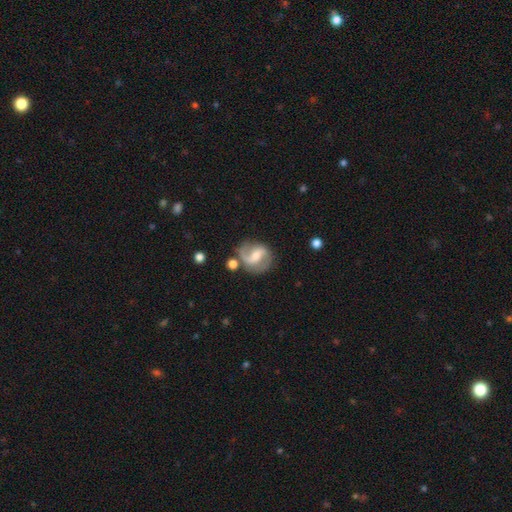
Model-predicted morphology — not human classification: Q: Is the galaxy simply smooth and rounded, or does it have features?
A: featured or disk — 82%.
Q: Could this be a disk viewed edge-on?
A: no — 98%.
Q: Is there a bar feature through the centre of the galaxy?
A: weak — 46%.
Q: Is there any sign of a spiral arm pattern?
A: yes — 94%.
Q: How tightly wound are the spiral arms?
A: medium — 49%.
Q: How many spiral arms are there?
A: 2 — 89%.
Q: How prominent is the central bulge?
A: moderate — 49%.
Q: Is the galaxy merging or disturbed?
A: none — 72%.